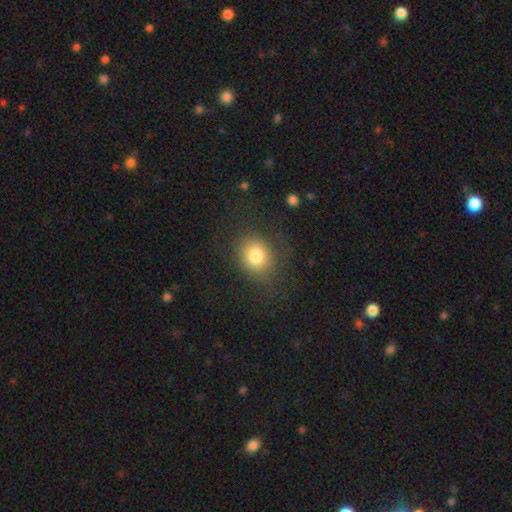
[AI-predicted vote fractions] smooth_or_featured: smooth (p=0.80) [alt: star or artifact p=0.11]
how_rounded: round (p=0.66) [alt: in between p=0.33]
merging: none (p=0.76) [alt: minor disturbance p=0.14]